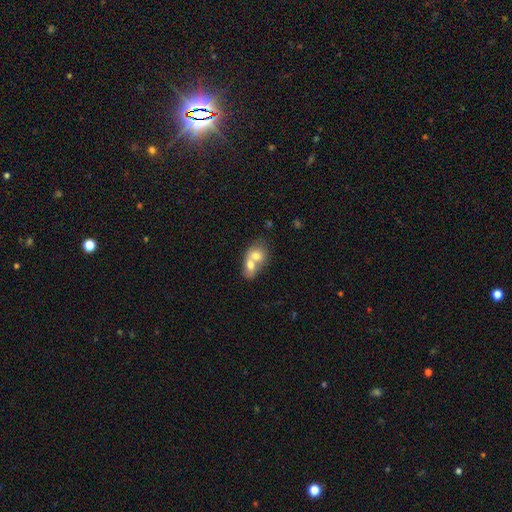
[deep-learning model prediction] Morphology: type=smooth (67%); roundness=in between (58%); merging=merger (78%).